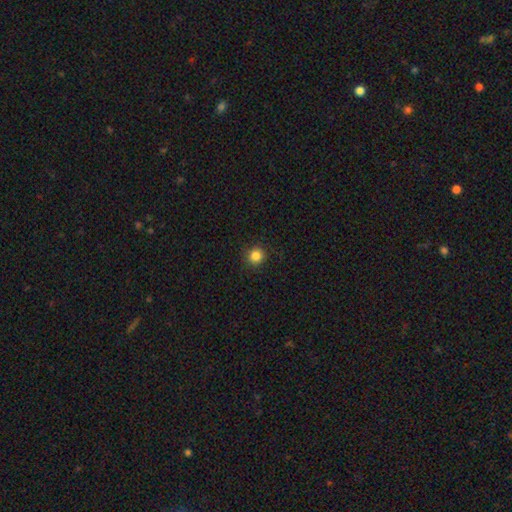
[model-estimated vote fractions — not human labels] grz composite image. It shows a smooth galaxy with no disk features (85%) that is round (94%). Merging: none (91%).